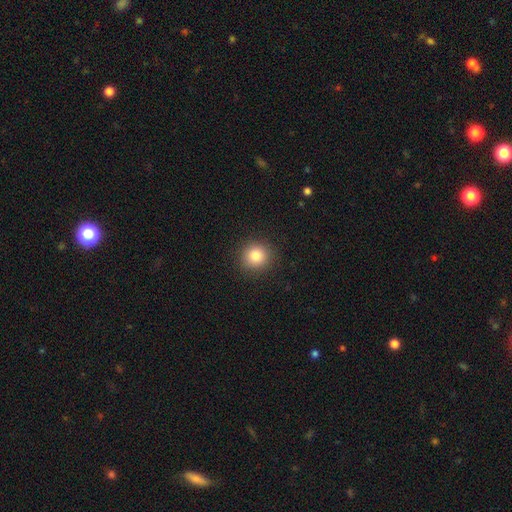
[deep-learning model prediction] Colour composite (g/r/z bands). It shows a smooth galaxy with no disk features (83%) that is round (89%). Merging: none (91%).